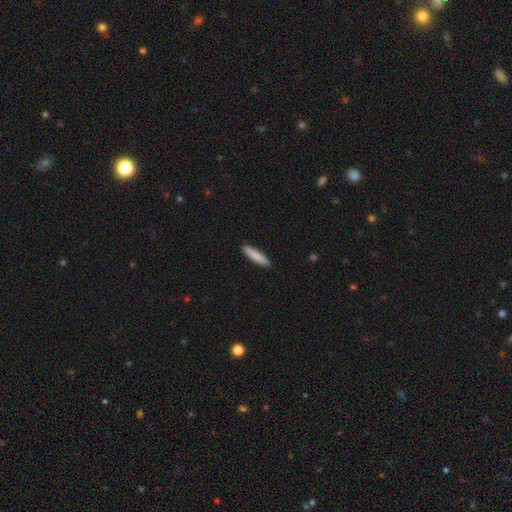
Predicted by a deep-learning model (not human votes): smooth-or-featured: smooth: 84% | featured or disk: 10% | star or artifact: 6%
  how-rounded: cigar-shaped: 85% | in between: 14% | round: 1%
  merging: none: 90% | minor disturbance: 7% | major disturbance: 1% | merger: 1%